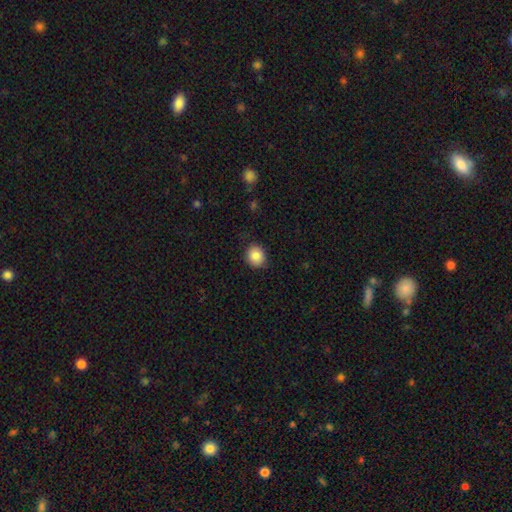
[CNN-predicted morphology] smooth_or_featured: smooth (p=0.86) [alt: star or artifact p=0.09]
how_rounded: round (p=0.82) [alt: in between p=0.17]
merging: none (p=0.86) [alt: minor disturbance p=0.10]